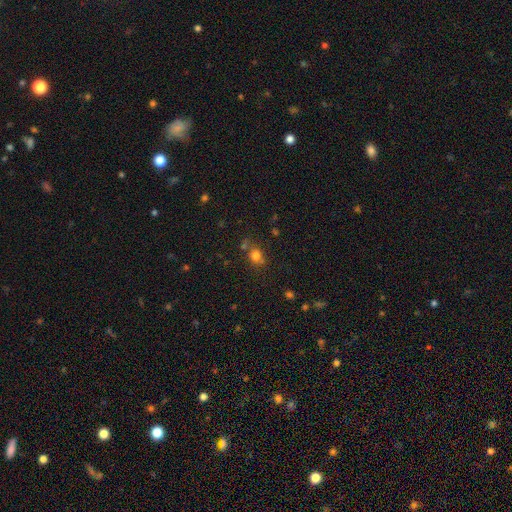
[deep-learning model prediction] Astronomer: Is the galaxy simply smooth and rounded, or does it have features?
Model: smooth — 77%.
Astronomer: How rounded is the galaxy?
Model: round — 68%.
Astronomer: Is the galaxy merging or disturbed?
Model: none — 65%.